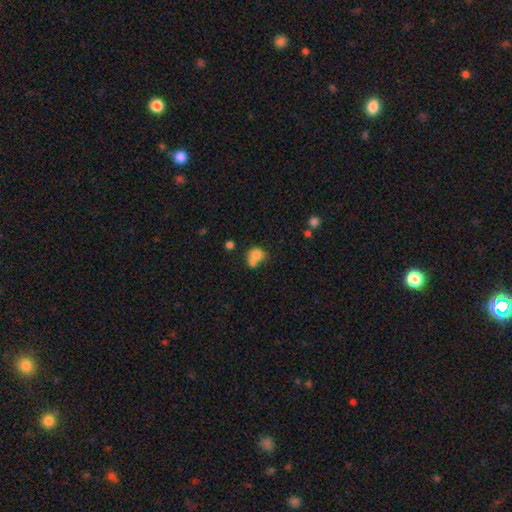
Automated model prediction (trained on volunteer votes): Smooth or featured? smooth (76%)
How rounded? round (63%)
Merging? merger (57%)